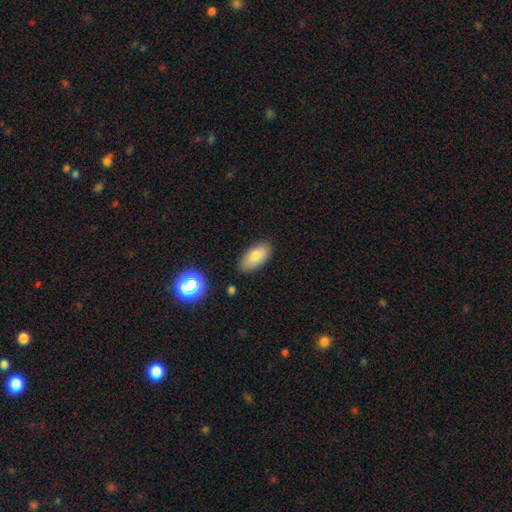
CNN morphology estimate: smooth 79%, featured or disk 13%, star or artifact 8%. Down the decision tree: how rounded — in between (92%); merging — none (85%).